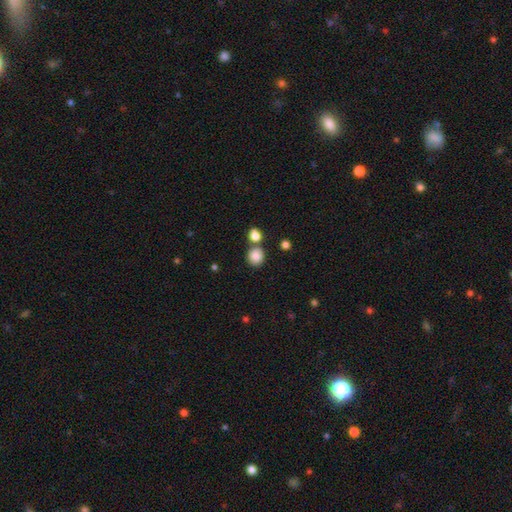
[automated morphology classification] Smooth or featured?
  - smooth: 85% *
  - star or artifact: 9%
  - featured or disk: 5%
How rounded?
  - round: 78% *
  - in between: 21%
  - cigar-shaped: 1%
Merging?
  - none: 64% *
  - merger: 23%
  - minor disturbance: 9%
  - major disturbance: 3%